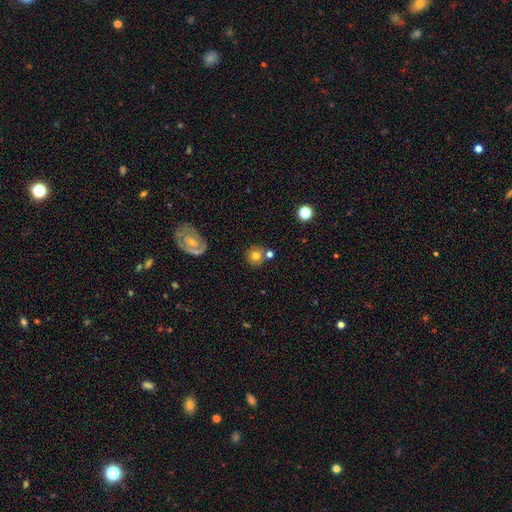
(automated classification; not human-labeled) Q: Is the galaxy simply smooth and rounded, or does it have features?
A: smooth — 71%.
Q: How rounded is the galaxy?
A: round — 90%.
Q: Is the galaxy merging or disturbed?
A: none — 70%.